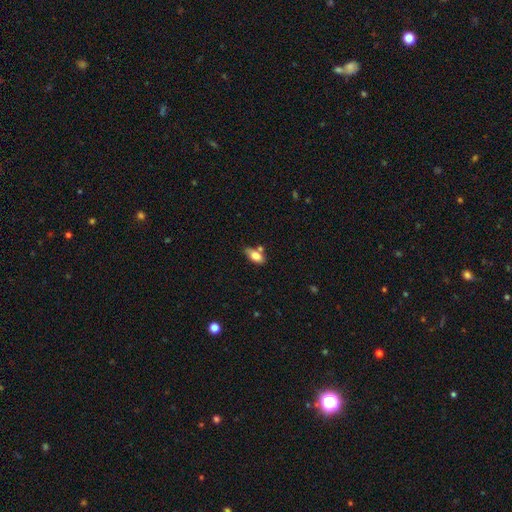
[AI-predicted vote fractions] Smooth or featured? Predicted: smooth (p=0.77). How rounded? Predicted: in between (p=0.87). Merging? Predicted: none (p=0.55).